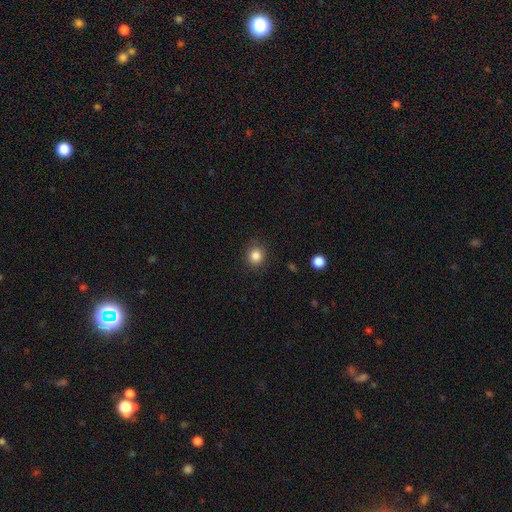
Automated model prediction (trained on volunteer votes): A smooth galaxy with no disk features (85%) that is round (88%).

Vote fractions:
- Smooth or featured? smooth: 85% / star or artifact: 11% / featured or disk: 4%
- How rounded? round: 88% / in between: 11% / cigar-shaped: 1%
- Merging? none: 88% / minor disturbance: 8% / major disturbance: 3% / merger: 1%